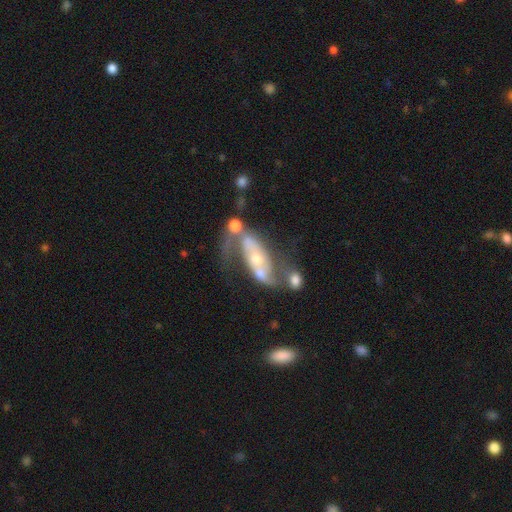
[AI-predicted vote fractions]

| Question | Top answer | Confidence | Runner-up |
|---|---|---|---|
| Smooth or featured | featured or disk | 78% | smooth (15%) |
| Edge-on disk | no | 87% | yes (13%) |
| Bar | no | 53% | strong (24%) |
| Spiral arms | yes | 77% | no (23%) |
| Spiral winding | loose | 43% | medium (37%) |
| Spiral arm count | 2 | 77% | can't tell (13%) |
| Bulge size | moderate | 48% | small (44%) |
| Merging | none | 34% | merger (28%) |